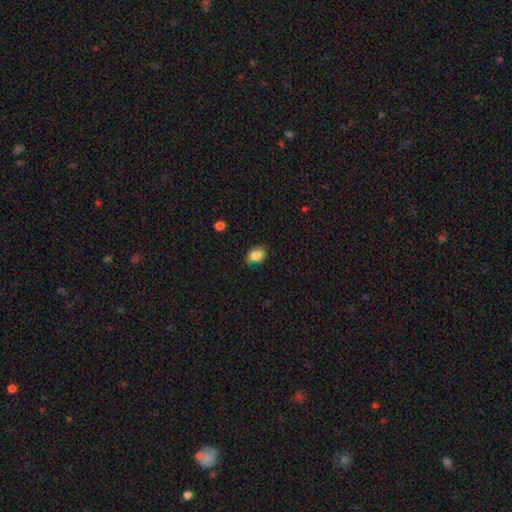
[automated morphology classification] This is clearly a smooth galaxy (84%). How rounded: likely in between (65%). Merging: possibly none (59%).